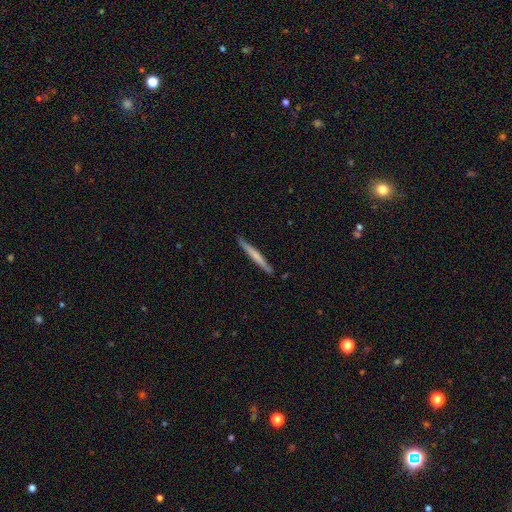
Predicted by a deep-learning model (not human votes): Morphology: type=smooth (56%); roundness=cigar-shaped (97%); merging=none (88%).